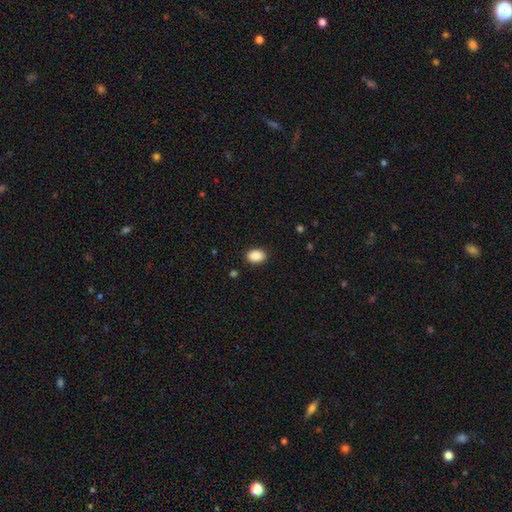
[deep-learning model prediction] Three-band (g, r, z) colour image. It shows a smooth galaxy with no disk features (90%) that is in between round and cigar-shaped (82%). Merging: none (88%).